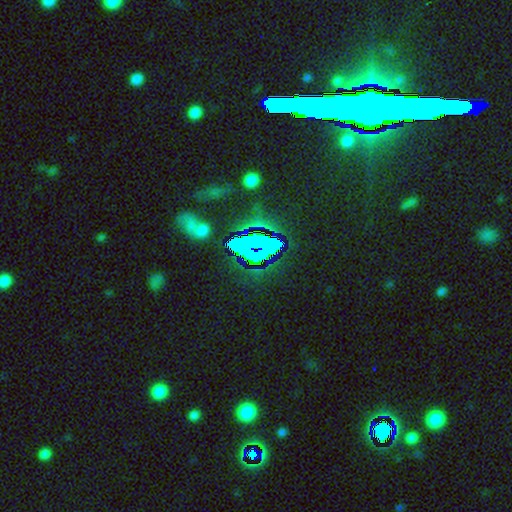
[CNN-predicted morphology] This appears to be a star or artifact, not a galaxy (72%).